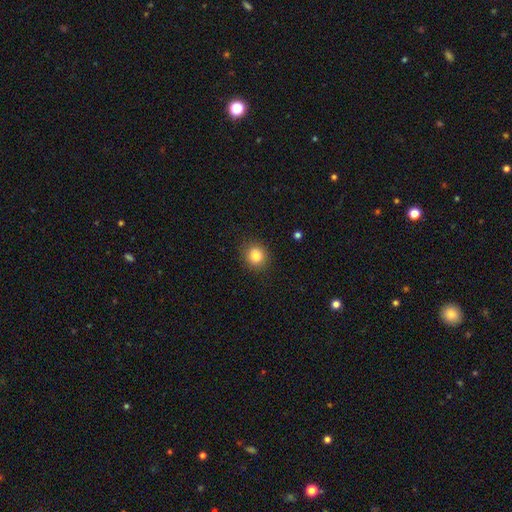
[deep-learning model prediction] This is clearly a smooth galaxy (84%). How rounded: clearly round (85%). Merging: clearly none (89%).